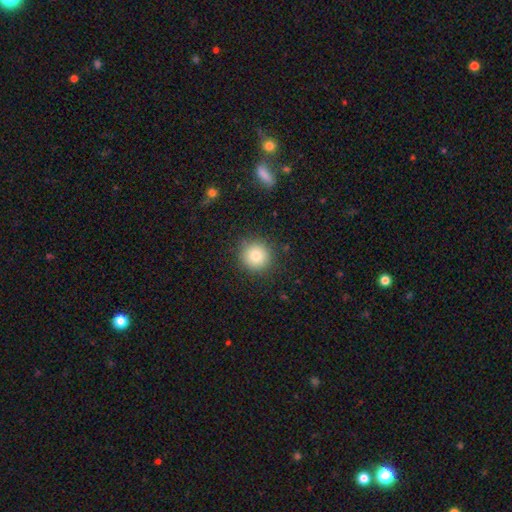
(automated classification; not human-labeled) Q: Smooth or featured?
A: smooth (82%); runner-up: star or artifact (10%)
Q: How rounded?
A: round (93%); runner-up: in between (6%)
Q: Merging?
A: none (88%); runner-up: minor disturbance (9%)